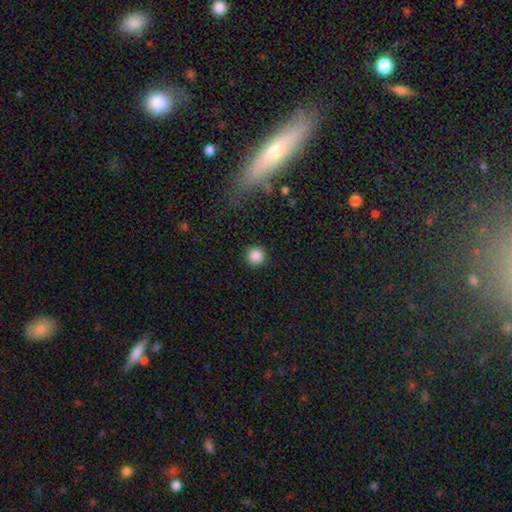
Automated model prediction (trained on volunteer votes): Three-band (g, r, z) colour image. It shows a smooth galaxy with no disk features (87%) that is round (96%). Merging: none (92%).